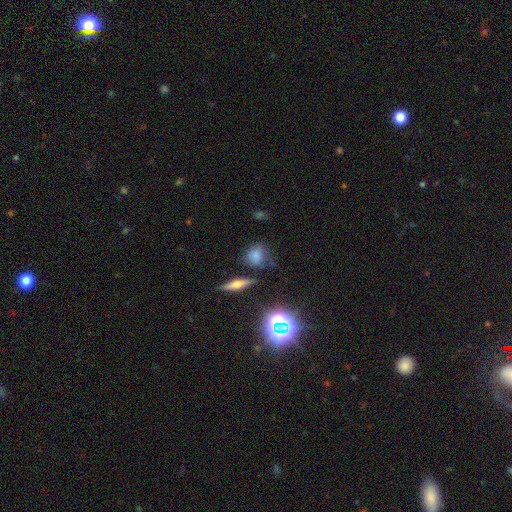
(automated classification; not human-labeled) smooth 69%, star or artifact 18%, featured or disk 13%. Down the decision tree: how rounded — round (62%); merging — none (66%).